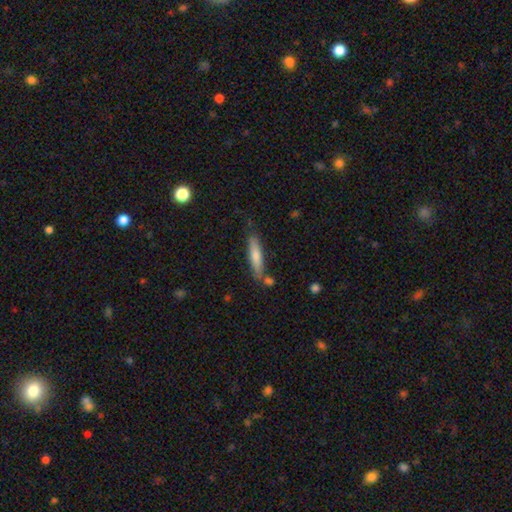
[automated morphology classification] smooth-or-featured: smooth: 64% | featured or disk: 30% | star or artifact: 6%
  how-rounded: cigar-shaped: 86% | in between: 13% | round: 1%
  merging: none: 77% | minor disturbance: 14% | merger: 6% | major disturbance: 3%